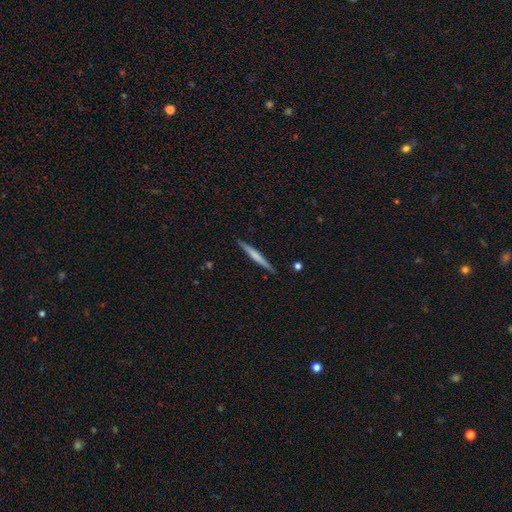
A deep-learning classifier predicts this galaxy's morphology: The model was most divided on "smooth or featured": smooth: 49%, featured or disk: 46%, star or artifact: 5%. More confident: merging — none (91%).